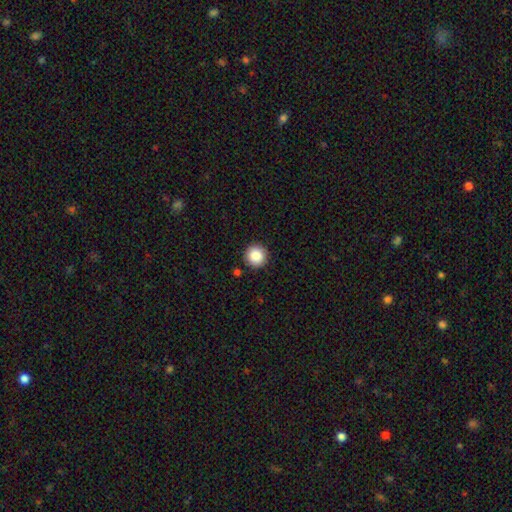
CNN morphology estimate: Overall: smooth (87%). How rounded: round (96%). Merging: none (91%).